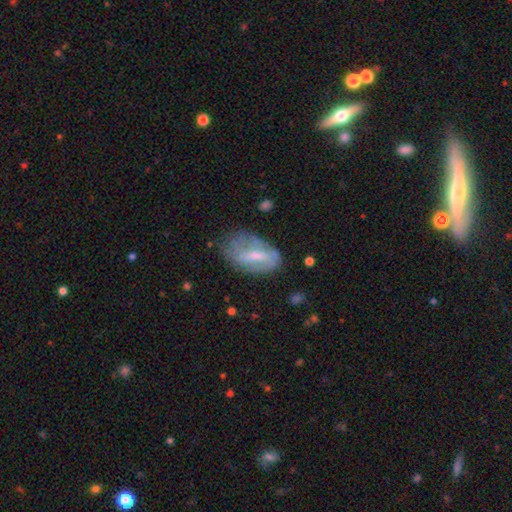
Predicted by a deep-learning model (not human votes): featured or disk 50%, smooth 42%, star or artifact 8%. Down the decision tree: merging — none (53%).